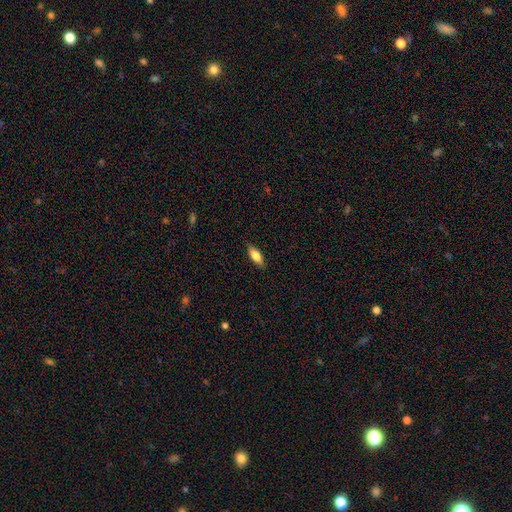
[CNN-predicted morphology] smooth 75%, featured or disk 19%, star or artifact 6%. Down the decision tree: how rounded — in between (64%); merging — none (86%).